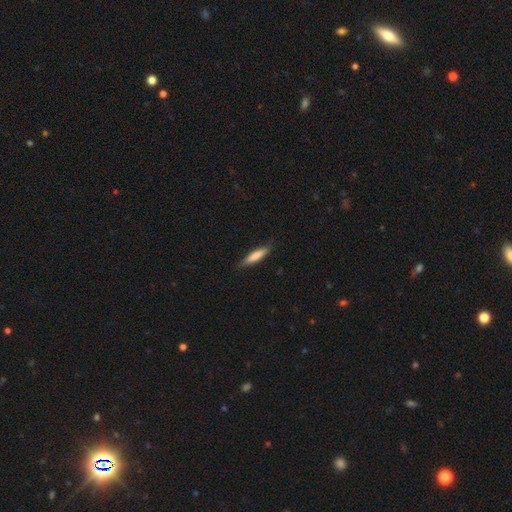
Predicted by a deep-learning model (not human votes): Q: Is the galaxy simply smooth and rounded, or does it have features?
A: smooth — 77%.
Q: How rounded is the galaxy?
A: cigar-shaped — 82%.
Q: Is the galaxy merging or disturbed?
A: none — 83%.